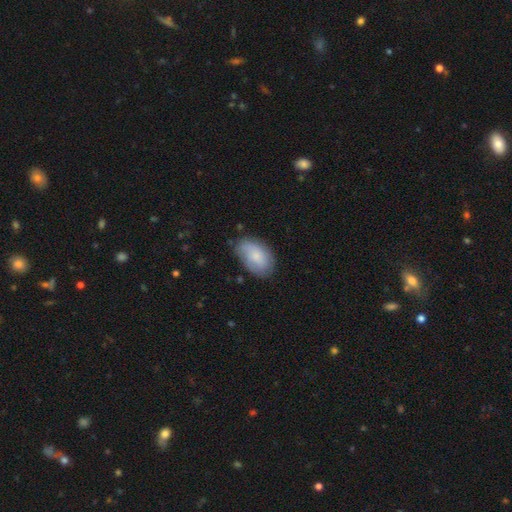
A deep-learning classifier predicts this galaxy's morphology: smooth_or_featured: smooth (p=0.74) [alt: featured or disk p=0.20]
how_rounded: in between (p=0.91) [alt: round p=0.07]
merging: none (p=0.69) [alt: minor disturbance p=0.24]